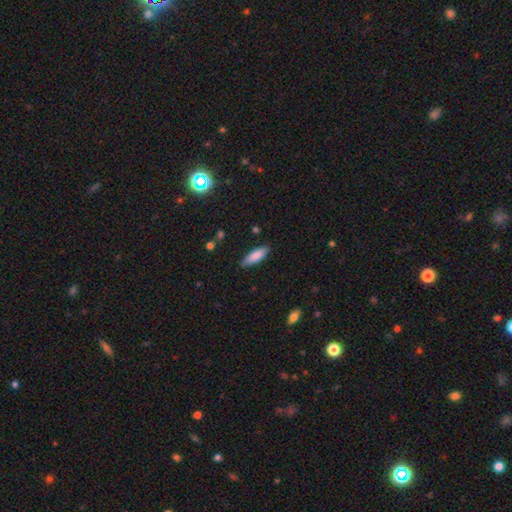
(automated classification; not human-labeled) Smooth or featured? Predicted: smooth (p=0.83). How rounded? Predicted: in between (p=0.49, tied with cigar-shaped). Merging? Predicted: none (p=0.85).